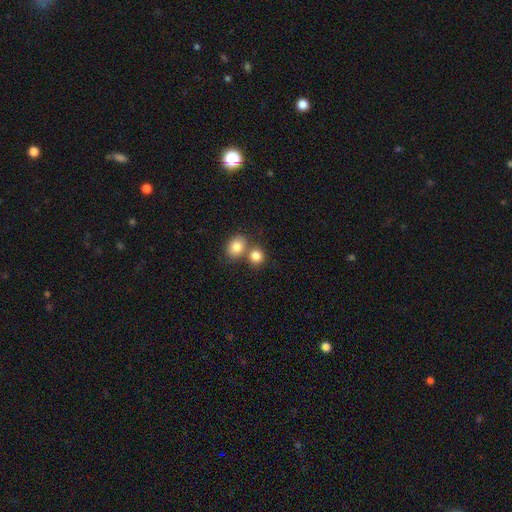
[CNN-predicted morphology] The model was most divided on "merging": none: 49%, merger: 41%, minor disturbance: 8%, major disturbance: 3%. More confident: smooth or featured — smooth (84%); how rounded — round (73%).